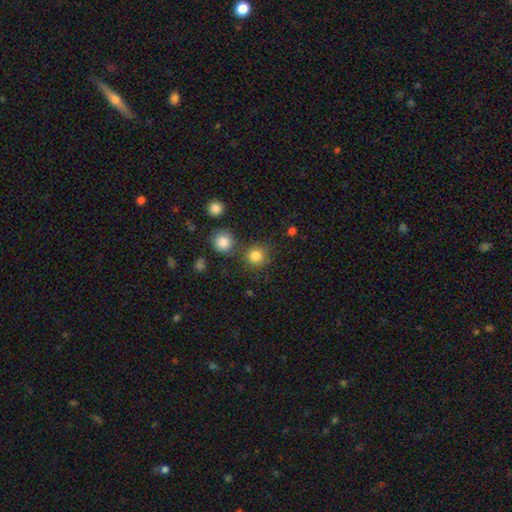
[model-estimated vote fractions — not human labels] The model was most divided on "merging": none: 71%, merger: 16%, minor disturbance: 10%, major disturbance: 4%. More confident: how rounded — round (91%); smooth or featured — smooth (83%).